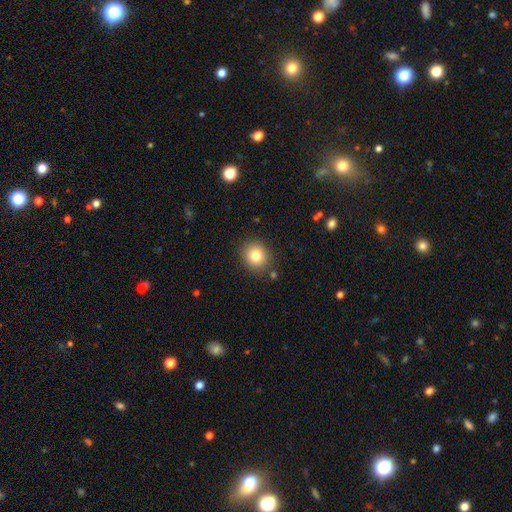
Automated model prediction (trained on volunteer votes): Smooth or featured? smooth (82%)
How rounded? round (79%)
Merging? none (86%)